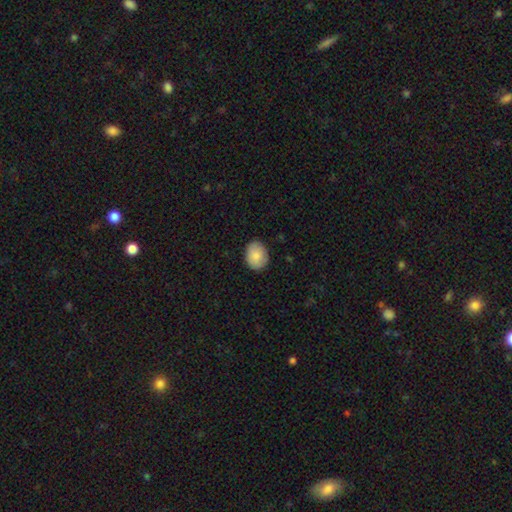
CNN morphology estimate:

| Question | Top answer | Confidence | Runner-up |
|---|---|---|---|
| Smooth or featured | smooth | 85% | featured or disk (8%) |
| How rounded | in between | 59% | round (40%) |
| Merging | none | 85% | minor disturbance (12%) |